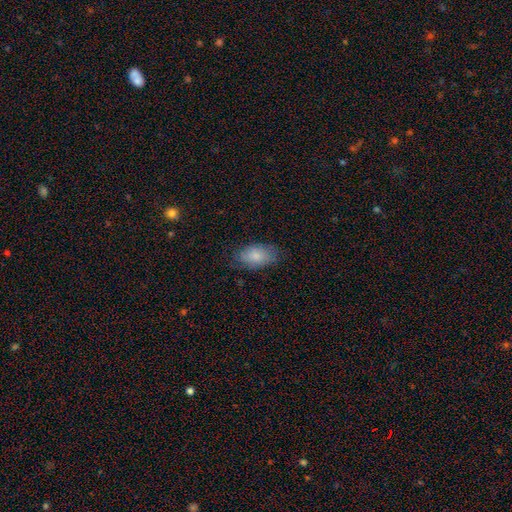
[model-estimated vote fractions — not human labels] Q: Smooth or featured?
A: smooth (82%); runner-up: featured or disk (12%)
Q: How rounded?
A: in between (93%); runner-up: round (4%)
Q: Merging?
A: none (74%); runner-up: minor disturbance (20%)